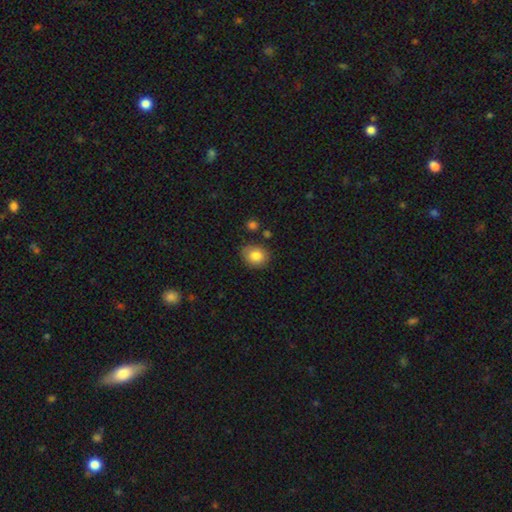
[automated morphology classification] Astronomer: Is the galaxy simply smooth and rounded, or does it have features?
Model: smooth — 82%.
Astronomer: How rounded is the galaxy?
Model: round — 62% (runner-up: in between, 37%).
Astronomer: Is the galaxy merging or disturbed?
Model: none — 79%.